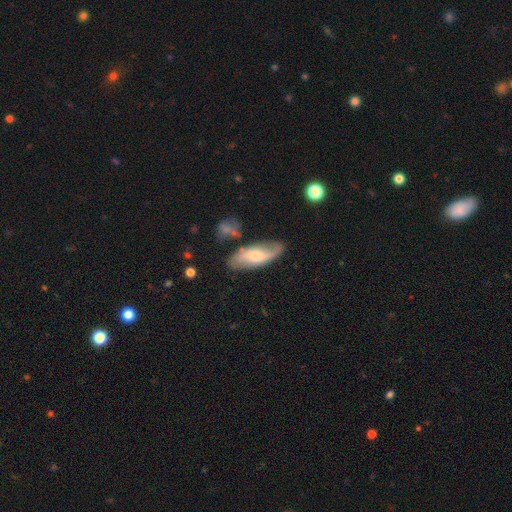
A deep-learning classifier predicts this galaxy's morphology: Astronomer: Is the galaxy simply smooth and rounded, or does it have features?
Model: featured or disk — 50% (runner-up: smooth, 44%).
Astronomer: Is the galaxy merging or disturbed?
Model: none — 68%.